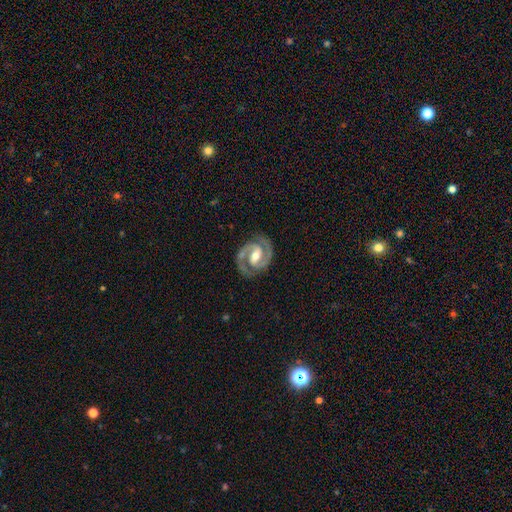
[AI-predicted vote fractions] Smooth or featured: featured or disk — 93% (smooth — 4%)
Edge-on disk: no — 98% (yes — 2%)
Bar: strong — 44% (weak — 40%)
Spiral arms: yes — 98% (no — 2%)
Spiral winding: medium — 51% (tight — 44%)
Spiral arm count: 2 — 94% (can't tell — 2%)
Bulge size: moderate — 67% (small — 26%)
Merging: none — 85% (minor disturbance — 11%)